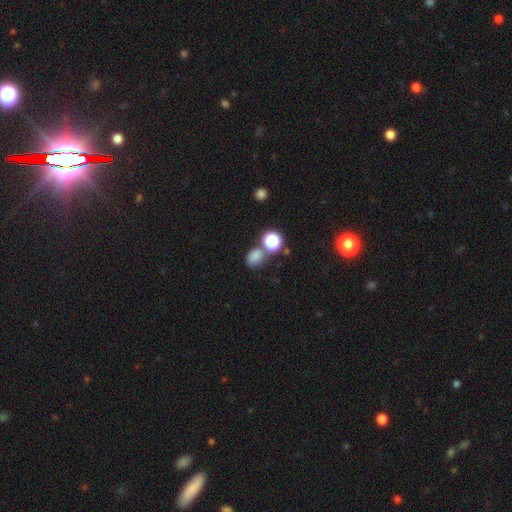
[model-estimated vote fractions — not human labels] A smooth galaxy with no disk features (75%) that is in between round and cigar-shaped (51%).

Vote fractions:
- Smooth or featured? smooth: 75% / star or artifact: 19% / featured or disk: 7%
- How rounded? in between: 51% / round: 48% / cigar-shaped: 1%
- Merging? none: 59% / merger: 23% / minor disturbance: 13% / major disturbance: 5%